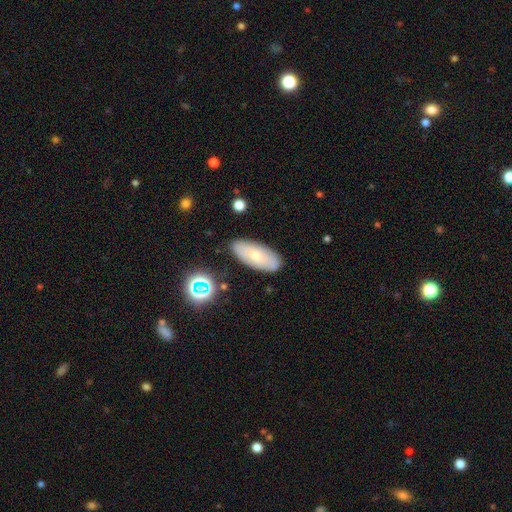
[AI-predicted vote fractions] Smooth or featured? Predicted: smooth (p=0.64). How rounded? Predicted: in between (p=0.84). Merging? Predicted: none (p=0.83).